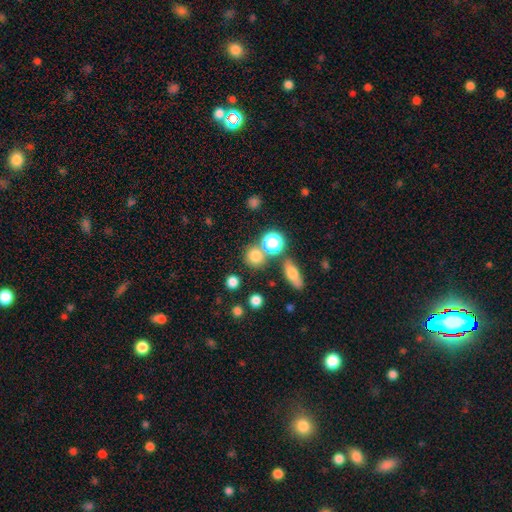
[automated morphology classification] type=smooth (76%); roundness=round (85%); merging=none (70%).